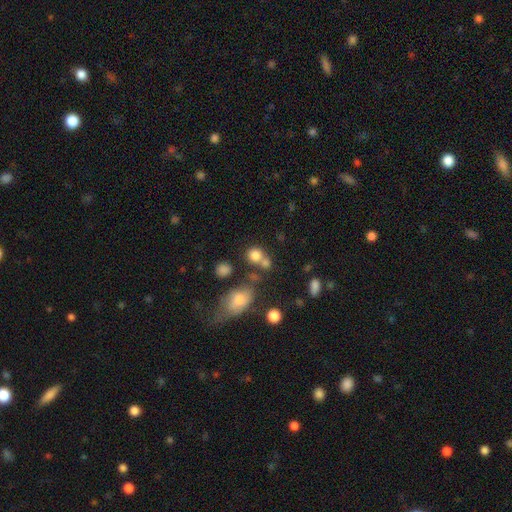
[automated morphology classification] This is likely a smooth galaxy (79%). How rounded: likely round (74%). Merging: possibly none (47%).